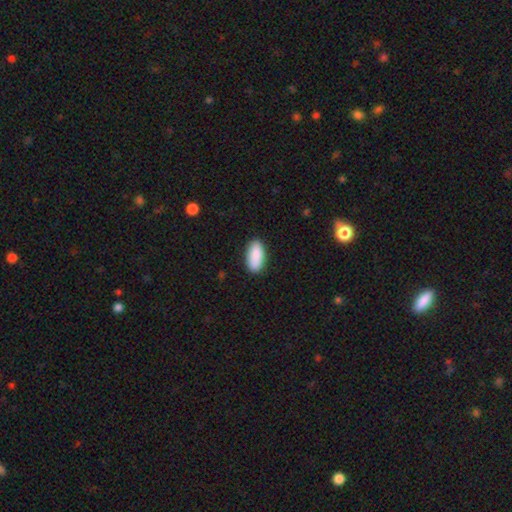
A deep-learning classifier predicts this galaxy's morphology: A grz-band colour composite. It shows a smooth galaxy with no disk features (89%) that is in between round and cigar-shaped (90%). Merging: none (88%).